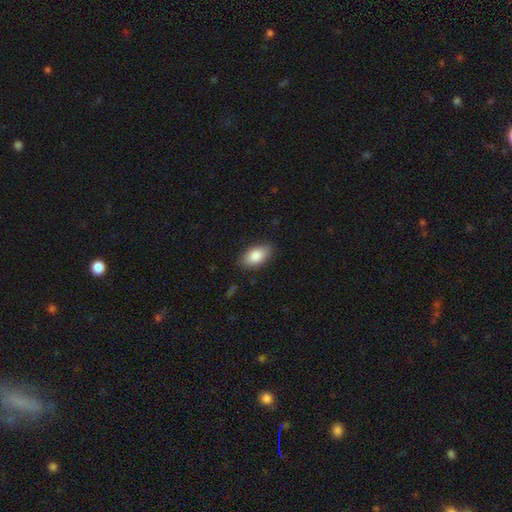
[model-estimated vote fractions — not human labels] A smooth galaxy with no disk features (86%) that is in between round and cigar-shaped (93%). Merging: none (85%).